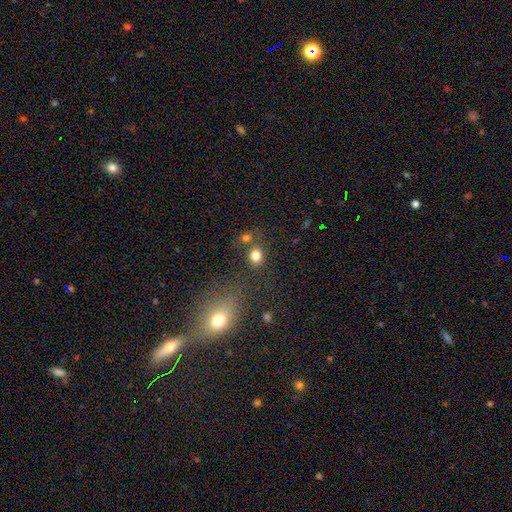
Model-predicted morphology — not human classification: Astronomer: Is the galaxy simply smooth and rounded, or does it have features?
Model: smooth — 80%.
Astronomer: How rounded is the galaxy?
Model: round — 62%.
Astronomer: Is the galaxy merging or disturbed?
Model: none — 68%.